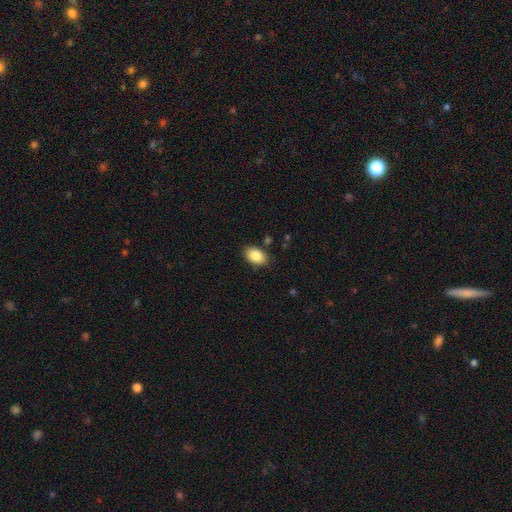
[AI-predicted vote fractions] The model was most divided on "merging": none: 85%, minor disturbance: 11%, major disturbance: 2%, merger: 2%. More confident: how rounded — in between (88%); smooth or featured — smooth (88%).